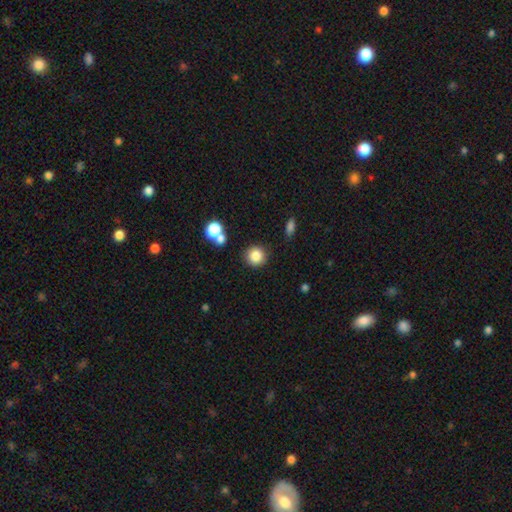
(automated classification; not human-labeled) Overall: smooth (84%). How rounded: round (91%). Merging: none (83%).